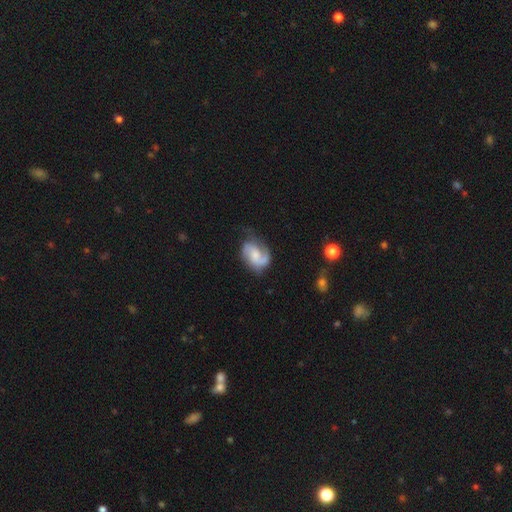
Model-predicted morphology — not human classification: The model was most divided on "bulge size": moderate: 36%, small: 33%, none: 20%, large: 9%, dominant: 2%. Remaining: edge-on disk — no (97%); spiral arms — yes (94%); smooth or featured — featured or disk (74%); spiral arm count — 2 (74%); merging — none (58%); bar — no (56%); spiral winding — medium (46%).